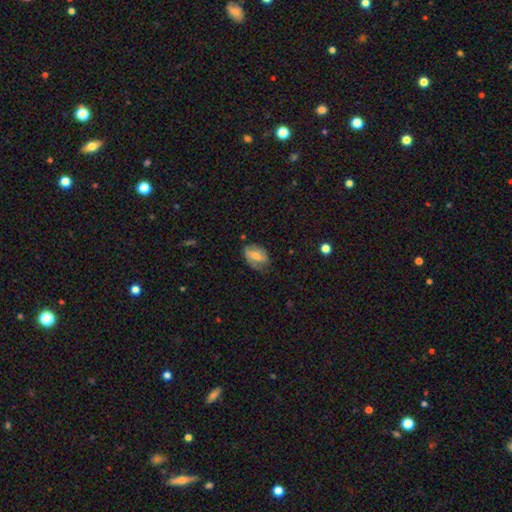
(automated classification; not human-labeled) smooth-or-featured: featured or disk: 55% | smooth: 37% | star or artifact: 7%
  disk-edge-on: no: 95% | yes: 5%
    bar: weak: 45% | no: 30% | strong: 26%
    has-spiral-arms: yes: 77% | no: 23%
    bulge-size: moderate: 58% | small: 32% | large: 5% | none: 3% | dominant: 1%
  merging: none: 60% | minor disturbance: 27% | major disturbance: 10% | merger: 2%